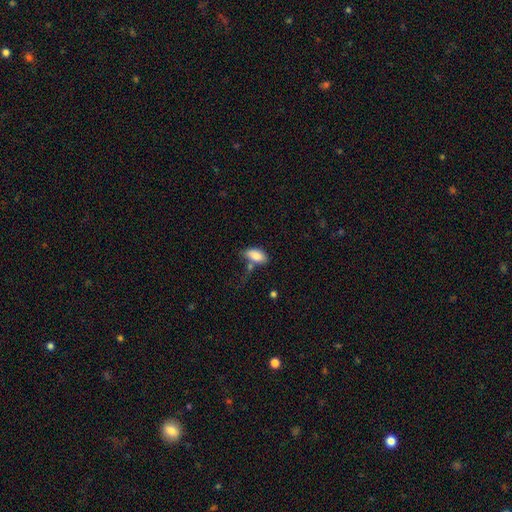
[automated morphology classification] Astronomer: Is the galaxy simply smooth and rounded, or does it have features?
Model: smooth — 83%.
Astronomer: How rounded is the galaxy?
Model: in between — 91%.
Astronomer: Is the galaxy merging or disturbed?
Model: none — 51%.